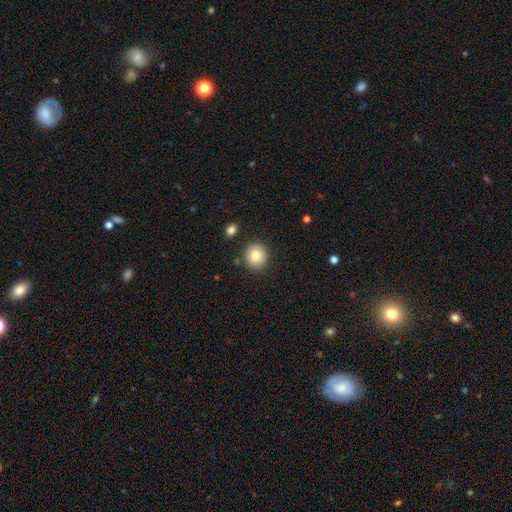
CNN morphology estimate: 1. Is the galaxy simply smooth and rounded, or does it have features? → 81% smooth, 10% featured or disk, 9% star or artifact.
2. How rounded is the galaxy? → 90% round, 9% in between, 1% cigar-shaped.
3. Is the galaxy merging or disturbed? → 88% none, 7% minor disturbance, 3% merger, 2% major disturbance.